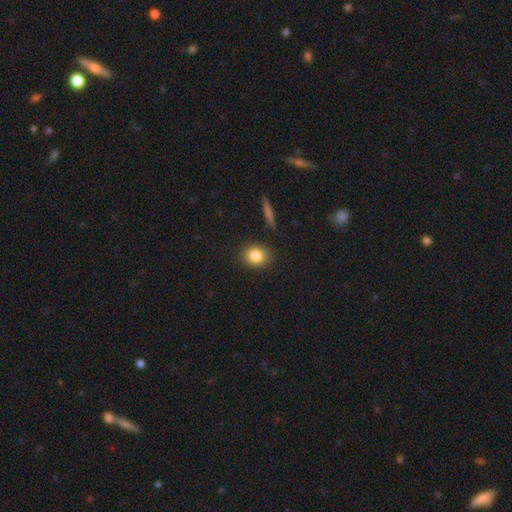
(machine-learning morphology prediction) Smooth or featured: smooth — 84% (star or artifact — 9%)
How rounded: round — 57% (in between — 41%)
Merging: none — 88% (minor disturbance — 8%)